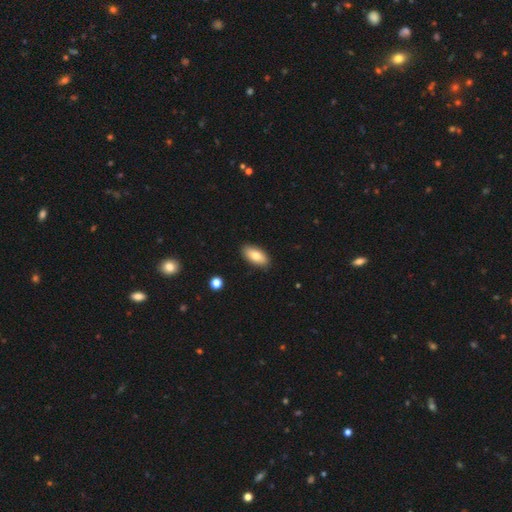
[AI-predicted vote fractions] Smooth or featured? smooth (79%)
How rounded? in between (89%)
Merging? none (88%)